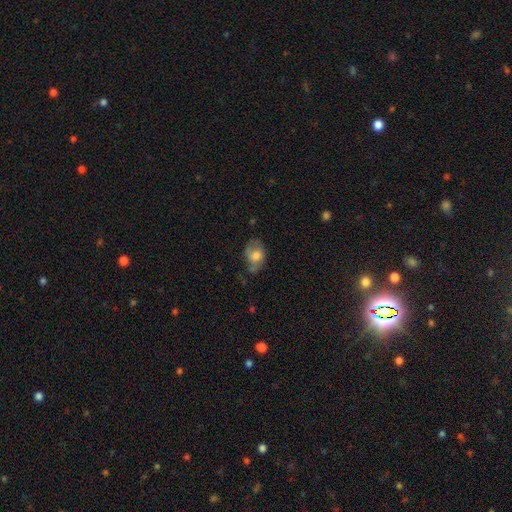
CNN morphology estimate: This appears to be a smooth galaxy with no disk features (64%) that is in between round and cigar-shaped (67%). Merging: none (47%).